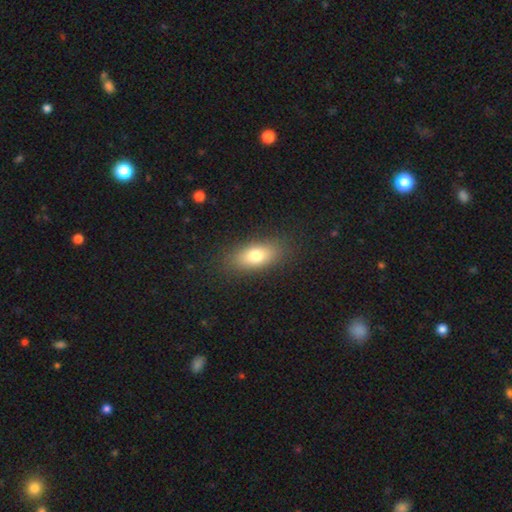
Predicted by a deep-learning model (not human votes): A smooth galaxy with no disk features (77%) that is in between round and cigar-shaped (83%).

Vote fractions:
- Smooth or featured? smooth: 77% / featured or disk: 14% / star or artifact: 9%
- How rounded? in between: 83% / cigar-shaped: 10% / round: 7%
- Merging? none: 86% / minor disturbance: 9% / major disturbance: 3% / merger: 1%